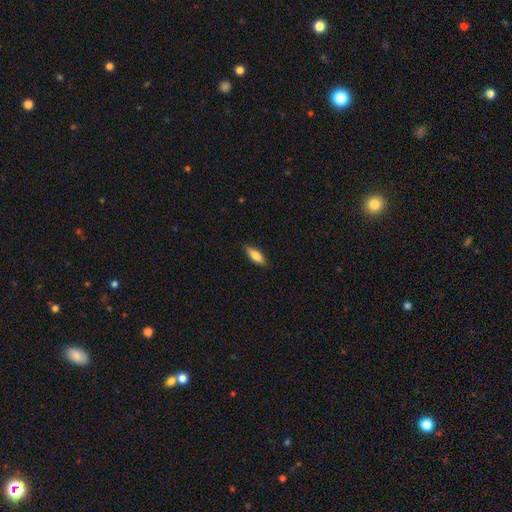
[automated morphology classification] This appears to be a smooth galaxy with no disk features (75%) that is in between round and cigar-shaped (58%). Merging: none (85%).